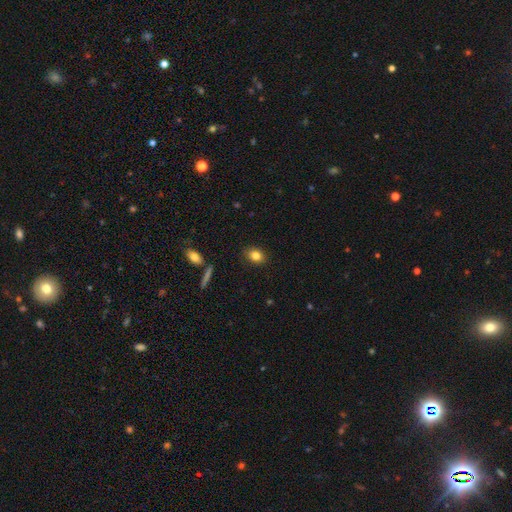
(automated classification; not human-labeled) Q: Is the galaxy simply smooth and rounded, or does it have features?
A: smooth — 82%.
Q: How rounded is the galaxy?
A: in between — 56%.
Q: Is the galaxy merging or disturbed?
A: none — 86%.